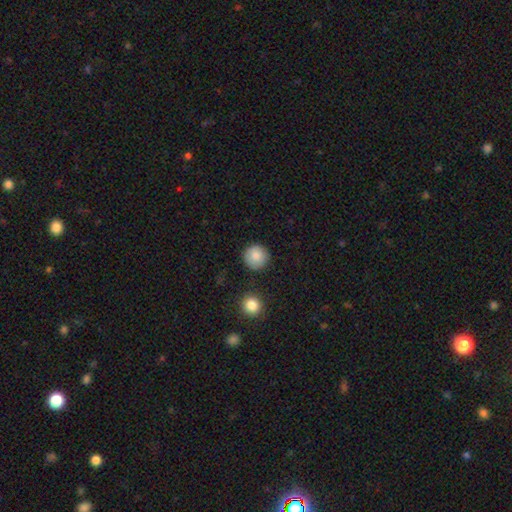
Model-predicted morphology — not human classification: smooth 86%, star or artifact 8%, featured or disk 6%. Down the decision tree: how rounded — round (95%); merging — none (88%).